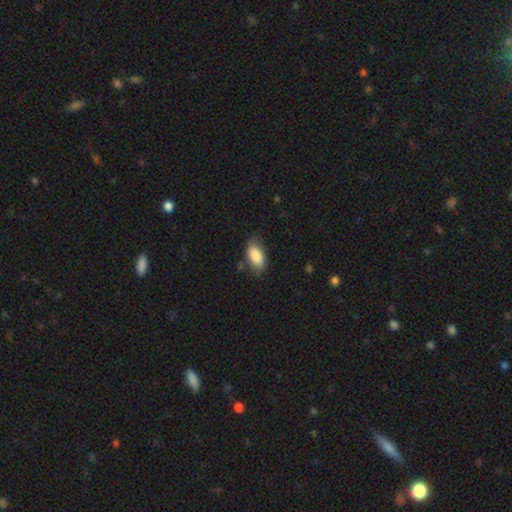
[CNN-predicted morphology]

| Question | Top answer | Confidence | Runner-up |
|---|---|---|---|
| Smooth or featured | smooth | 85% | featured or disk (8%) |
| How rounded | in between | 91% | cigar-shaped (5%) |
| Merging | none | 67% | minor disturbance (24%) |